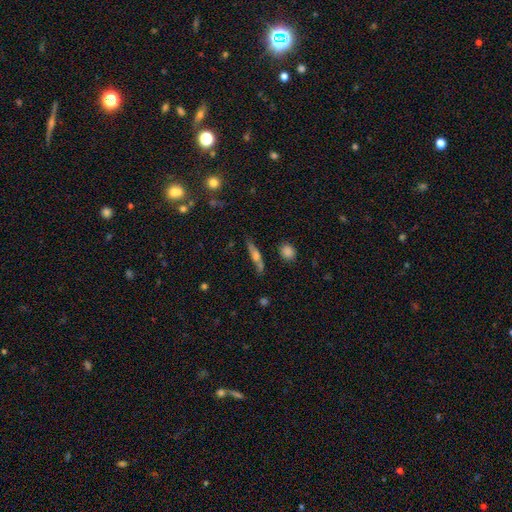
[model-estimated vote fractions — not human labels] Smooth or featured? featured or disk (48%)
Merging? none (71%)